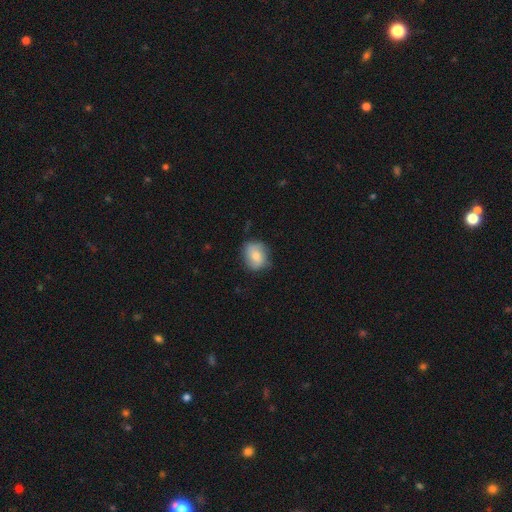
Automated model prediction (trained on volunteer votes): smooth-or-featured: smooth: 74% | featured or disk: 18% | star or artifact: 8%
  how-rounded: round: 54% | in between: 45% | cigar-shaped: 1%
  merging: none: 70% | minor disturbance: 23% | major disturbance: 5% | merger: 1%